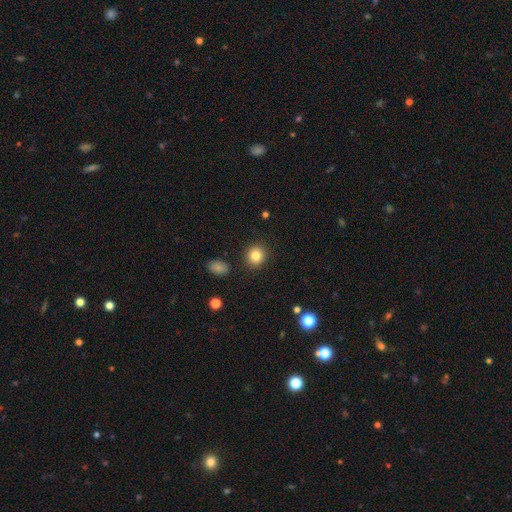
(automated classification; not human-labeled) Overall: smooth (84%). How rounded: round (86%). Merging: none (89%).